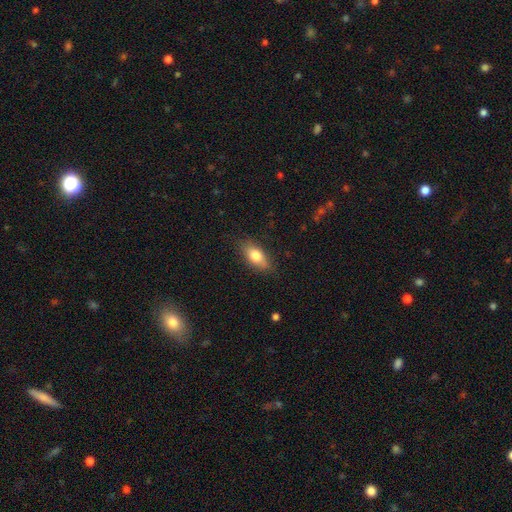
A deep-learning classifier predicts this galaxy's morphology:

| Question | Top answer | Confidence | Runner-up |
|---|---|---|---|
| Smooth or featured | smooth | 76% | featured or disk (17%) |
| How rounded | in between | 82% | cigar-shaped (13%) |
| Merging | none | 80% | minor disturbance (15%) |